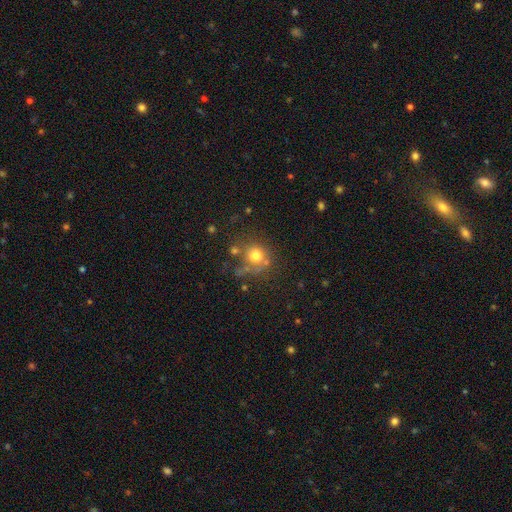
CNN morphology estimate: smooth_or_featured: smooth (p=0.73) [alt: star or artifact p=0.14]
how_rounded: round (p=0.87) [alt: in between p=0.12]
merging: none (p=0.58) [alt: minor disturbance p=0.16]